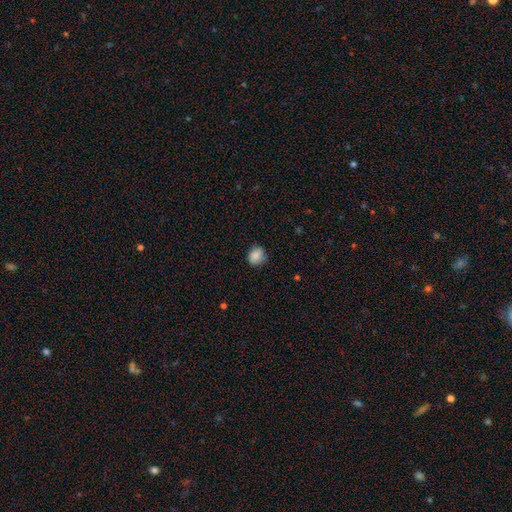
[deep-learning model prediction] smooth_or_featured: smooth (p=0.86) [alt: star or artifact p=0.09]
how_rounded: round (p=0.65) [alt: in between p=0.34]
merging: none (p=0.74) [alt: minor disturbance p=0.21]